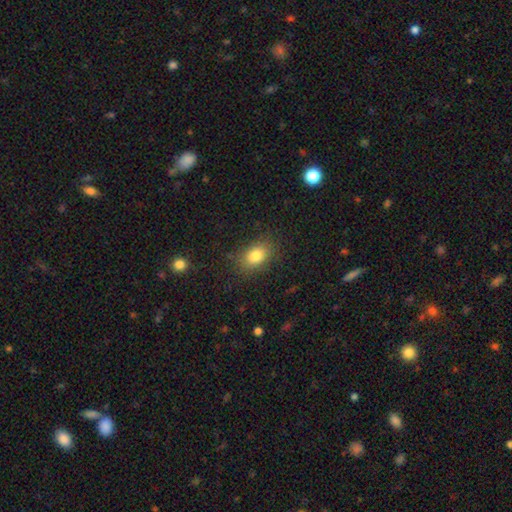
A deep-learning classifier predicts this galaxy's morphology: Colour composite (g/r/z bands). It shows a smooth galaxy with no disk features (81%) that is in between round and cigar-shaped (78%). Merging: none (83%).